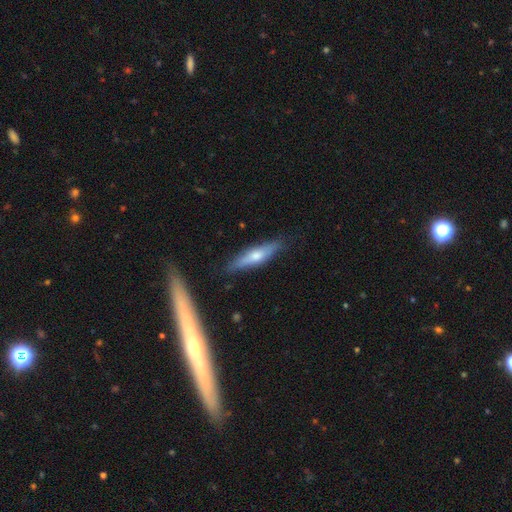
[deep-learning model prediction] Overall: featured or disk (49%; smooth 45%). Merging: none (84%).